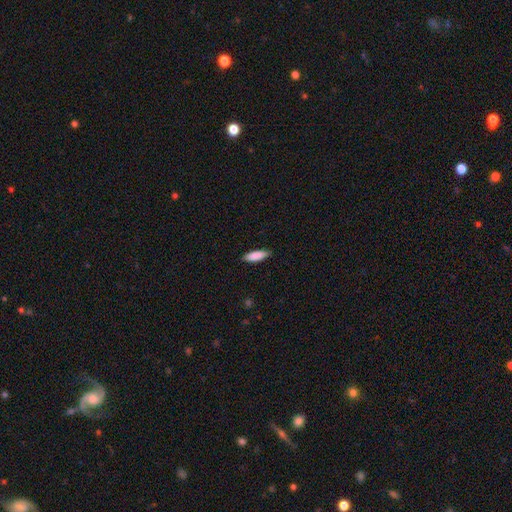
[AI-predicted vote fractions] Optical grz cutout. It shows a smooth galaxy with no disk features (87%) that is in between round and cigar-shaped (50%). Merging: none (87%).